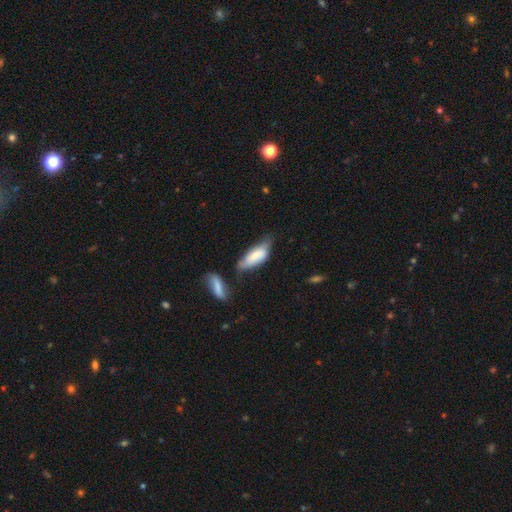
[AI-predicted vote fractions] Smooth or featured? smooth (73%)
How rounded? in between (67%)
Merging? minor disturbance (34%, tied with none)